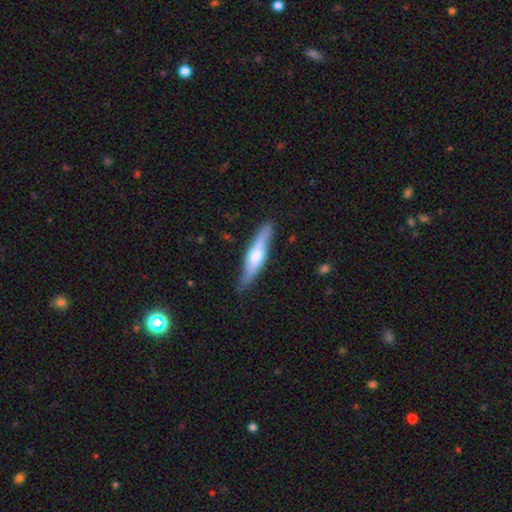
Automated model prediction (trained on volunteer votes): A featured or disk galaxy (53%) viewed edge-on (85%). Merging: none (82%).